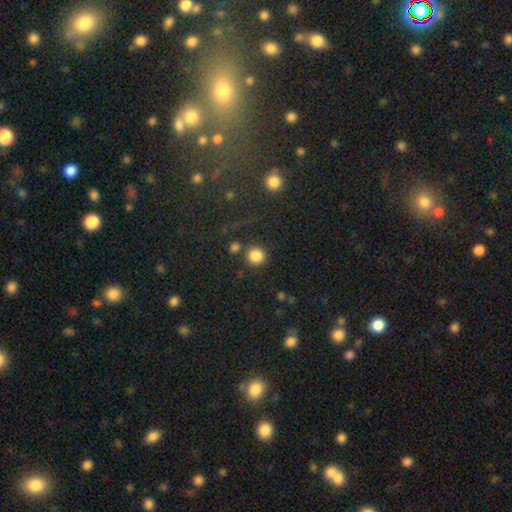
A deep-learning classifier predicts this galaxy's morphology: Q: Smooth or featured?
A: smooth (85%); runner-up: star or artifact (11%)
Q: How rounded?
A: round (92%); runner-up: in between (7%)
Q: Merging?
A: none (83%); runner-up: minor disturbance (8%)